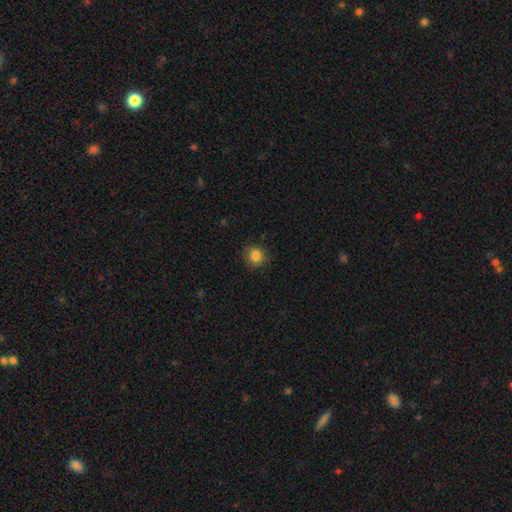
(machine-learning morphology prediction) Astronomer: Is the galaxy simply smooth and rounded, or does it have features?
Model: smooth — 84%.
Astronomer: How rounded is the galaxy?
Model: round — 89%.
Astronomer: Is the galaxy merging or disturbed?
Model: none — 88%.